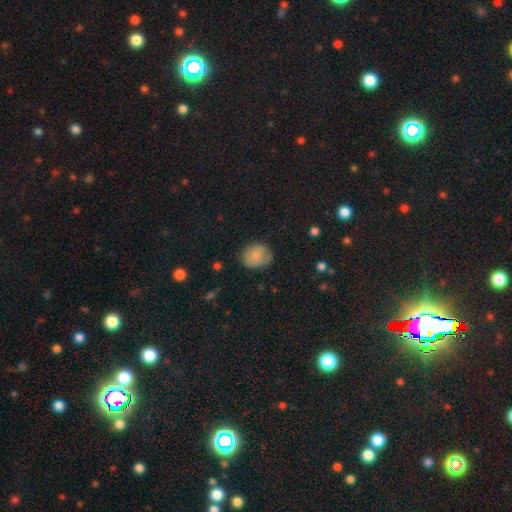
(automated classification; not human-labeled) Morphology: type=smooth (79%); roundness=round (73%); merging=none (76%).